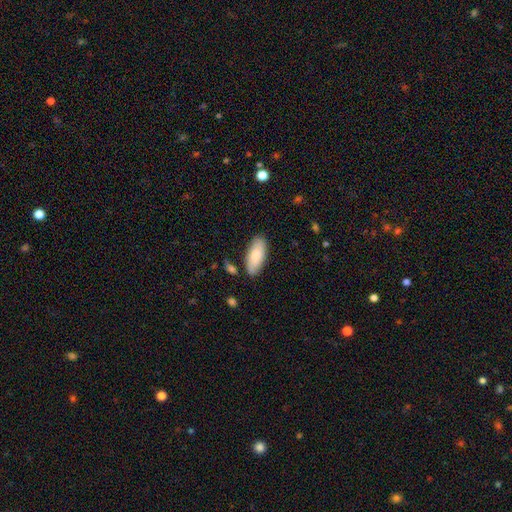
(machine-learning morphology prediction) Smooth or featured: smooth — 83% (featured or disk — 12%)
How rounded: in between — 85% (cigar-shaped — 13%)
Merging: none — 82% (minor disturbance — 13%)